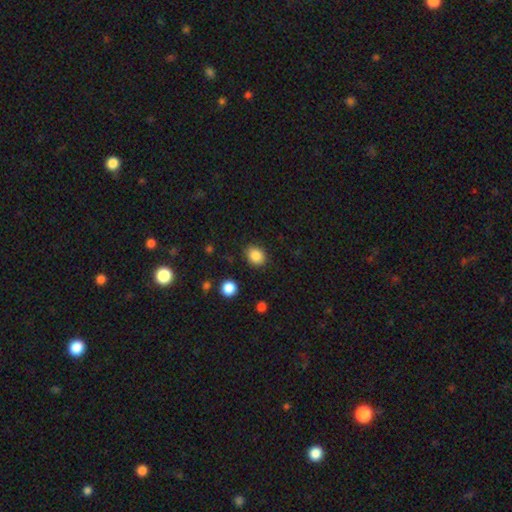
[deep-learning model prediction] A smooth galaxy with no disk features (86%) that is round (55%). Merging: none (86%).